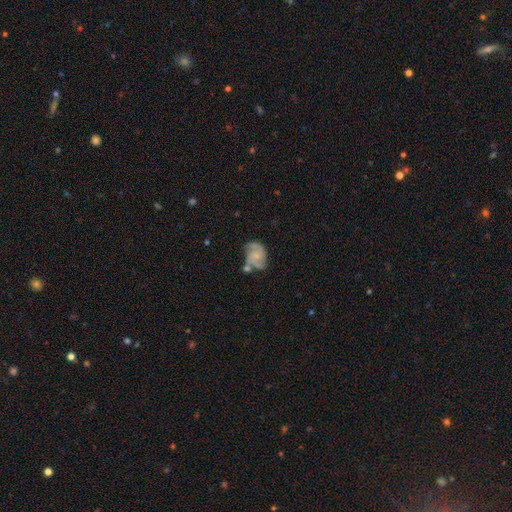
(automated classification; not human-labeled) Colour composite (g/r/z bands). It shows a featured or disk galaxy (70%) with no bar (65%), 2 (56%) medium (48%) spiral arms (91%) and a small central bulge (59%). Merging: none (40%).